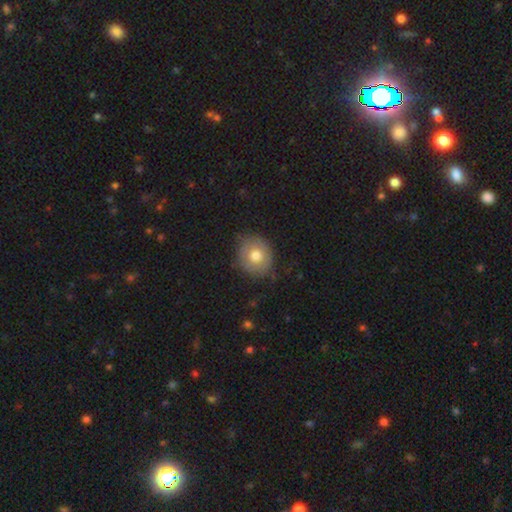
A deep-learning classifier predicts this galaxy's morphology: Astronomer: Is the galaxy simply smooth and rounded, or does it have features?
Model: smooth — 71%.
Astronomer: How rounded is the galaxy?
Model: round — 80%.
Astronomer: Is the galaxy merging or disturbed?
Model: none — 75%.